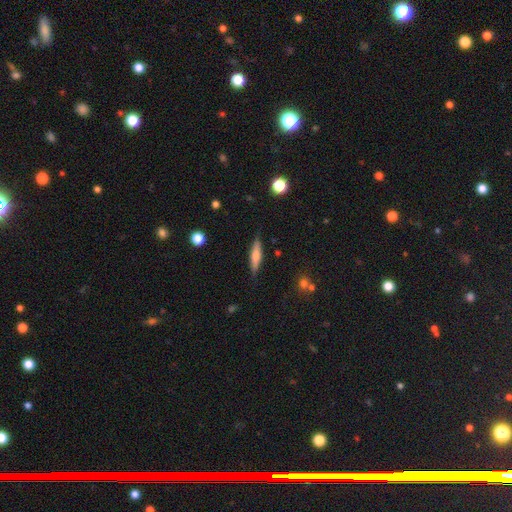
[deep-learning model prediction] smooth-or-featured: smooth: 54% | featured or disk: 40% | star or artifact: 7%
  how-rounded: cigar-shaped: 80% | in between: 18% | round: 2%
  merging: none: 85% | minor disturbance: 11% | major disturbance: 2% | merger: 1%